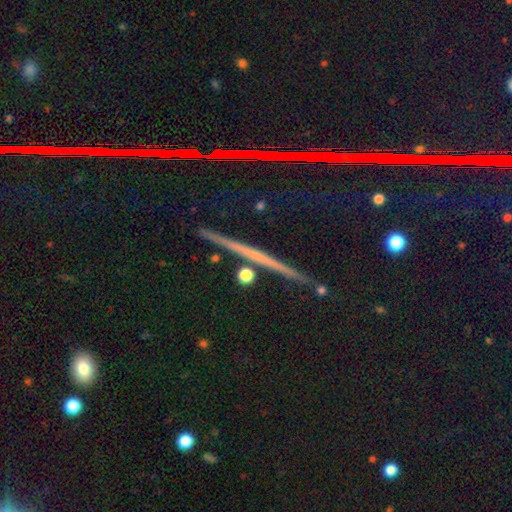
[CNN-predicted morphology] smooth_or_featured: featured or disk (p=0.57) [alt: star or artifact p=0.26]
disk_edge_on: yes (p=0.96) [alt: no p=0.04]
edge_on_bulge: none (p=0.68) [alt: rounded p=0.23]
merging: none (p=0.90) [alt: minor disturbance p=0.06]